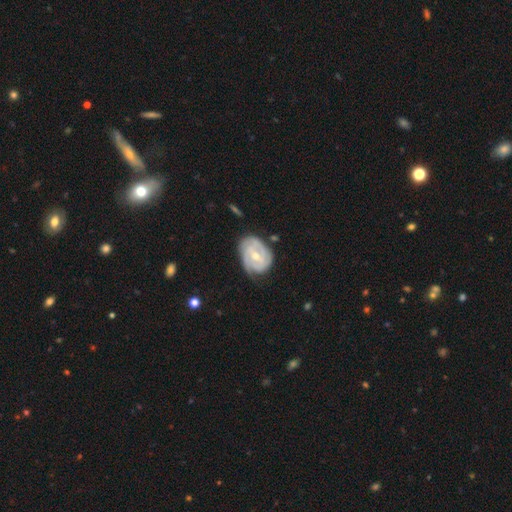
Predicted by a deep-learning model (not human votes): This appears to be a featured or disk galaxy (80%) with a weak bar (49%), 2 (36%) tight (66%) spiral arms (92%) and a moderate central bulge (53%). Merging: none (61%).